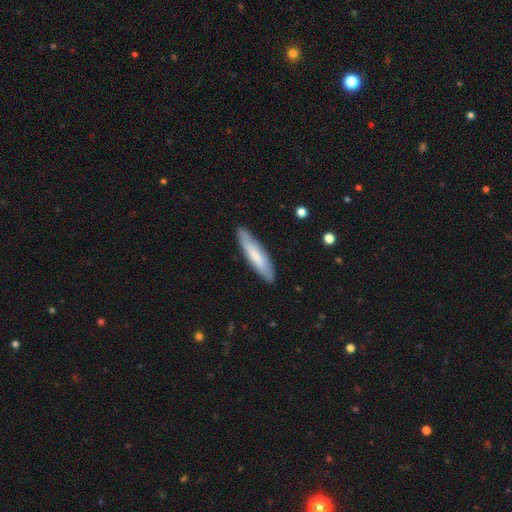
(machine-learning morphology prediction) This is likely a smooth galaxy (70%). How rounded: likely cigar-shaped (78%). Merging: clearly none (87%).